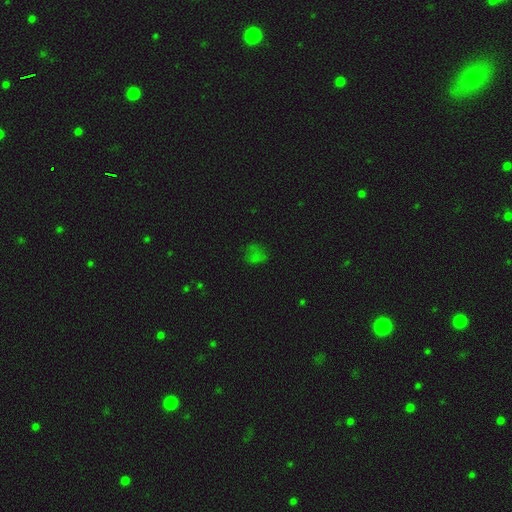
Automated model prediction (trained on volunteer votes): Smooth or featured: smooth — 56% (star or artifact — 32%)
How rounded: round — 58% (in between — 41%)
Merging: none — 60% (minor disturbance — 22%)